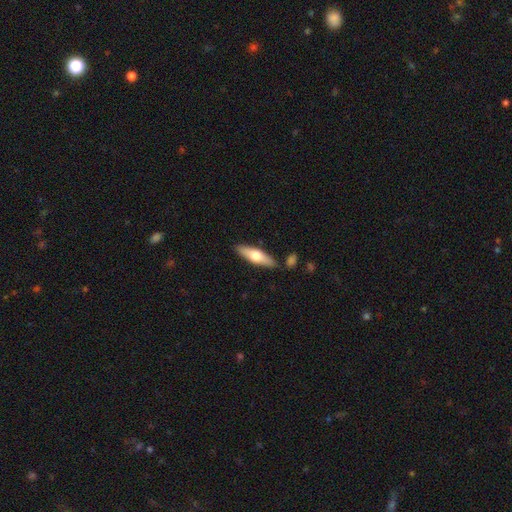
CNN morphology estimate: Smooth or featured? smooth (52%)
How rounded? cigar-shaped (59%)
Merging? none (84%)